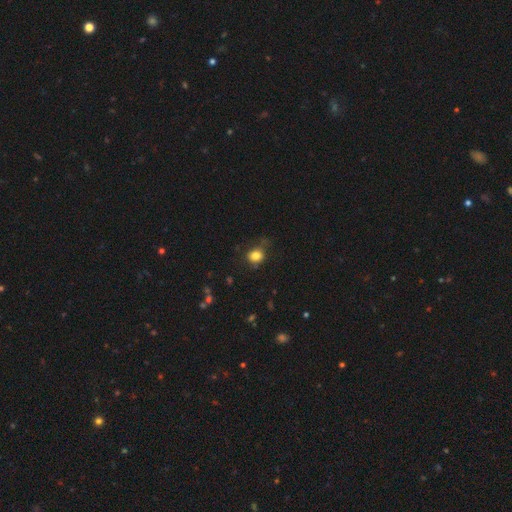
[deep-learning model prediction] Overall: smooth (81%). How rounded: round (70%). Merging: none (63%; minor disturbance 25%).